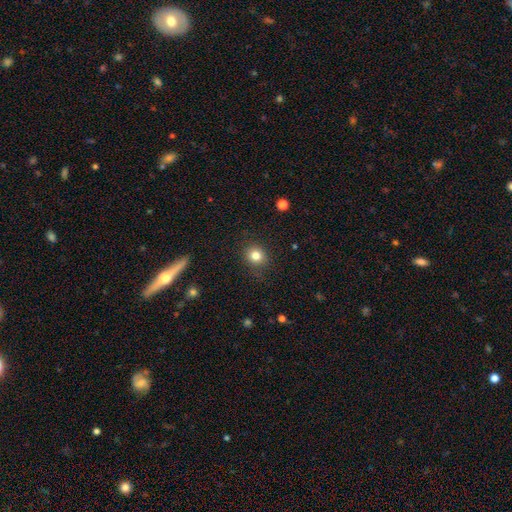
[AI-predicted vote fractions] Q: Smooth or featured?
A: smooth (82%); runner-up: star or artifact (12%)
Q: How rounded?
A: round (81%); runner-up: in between (19%)
Q: Merging?
A: none (86%); runner-up: minor disturbance (10%)